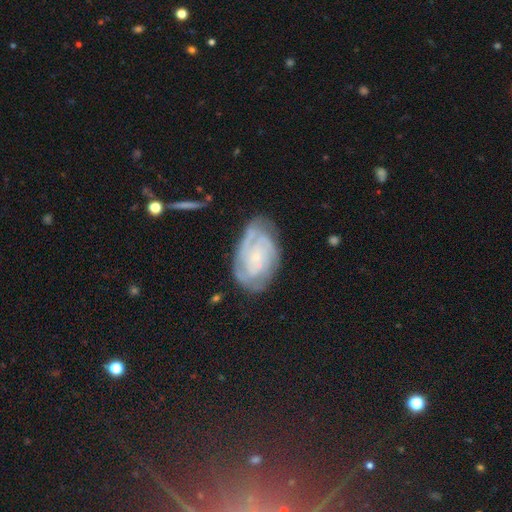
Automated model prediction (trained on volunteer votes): Overall: featured or disk (78%). Edge-on disk: no (97%). Bar: no (73%). Spiral arms: yes (92%). Spiral arm count: can't tell (37%; 2 23%). Spiral winding: tight (68%). Bulge size: small (80%). Merging: none (68%).